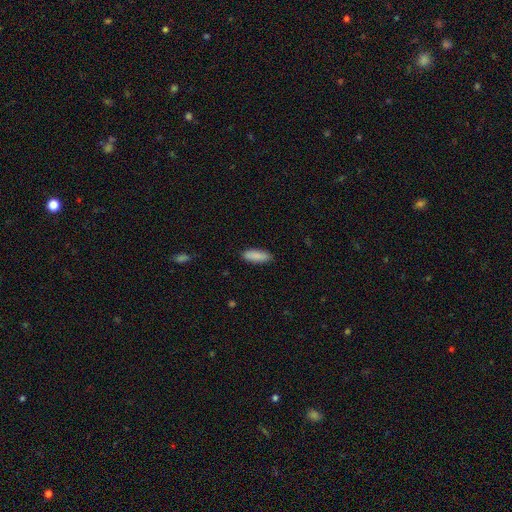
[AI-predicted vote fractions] Overall: smooth (89%). How rounded: in between (64%; cigar-shaped 35%). Merging: none (87%).